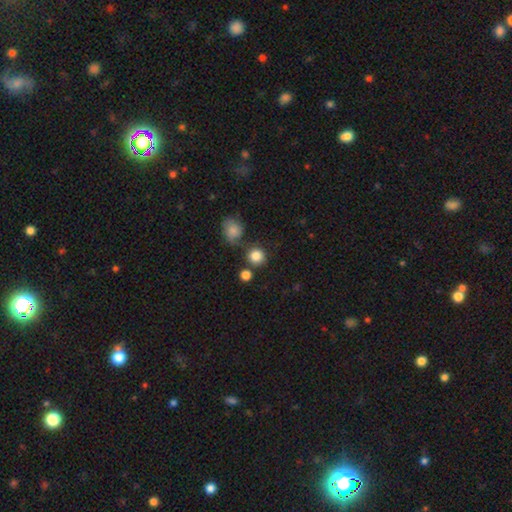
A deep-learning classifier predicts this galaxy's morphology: A smooth galaxy with no disk features (84%) that is round (91%).

Vote fractions:
- Smooth or featured? smooth: 84% / star or artifact: 9% / featured or disk: 7%
- How rounded? round: 91% / in between: 8% / cigar-shaped: 1%
- Merging? none: 71% / merger: 13% / minor disturbance: 11% / major disturbance: 5%